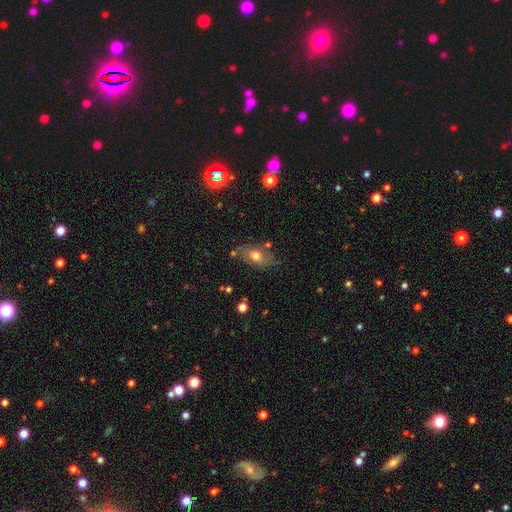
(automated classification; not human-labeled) A smooth galaxy with no disk features (51%) that is in between round and cigar-shaped (84%). Merging: none (64%).